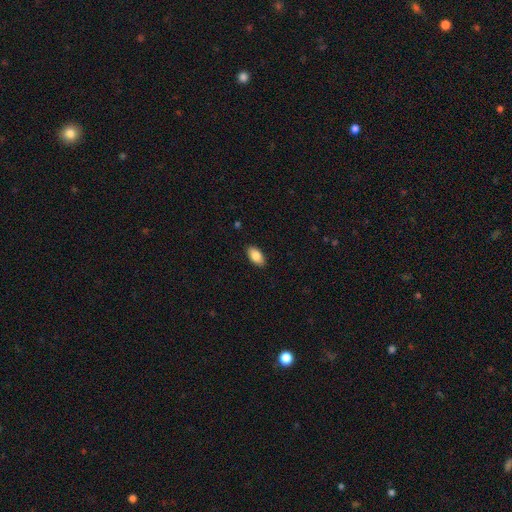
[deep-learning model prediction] This appears to be a smooth galaxy with no disk features (86%) that is in between round and cigar-shaped (94%). Merging: none (89%).